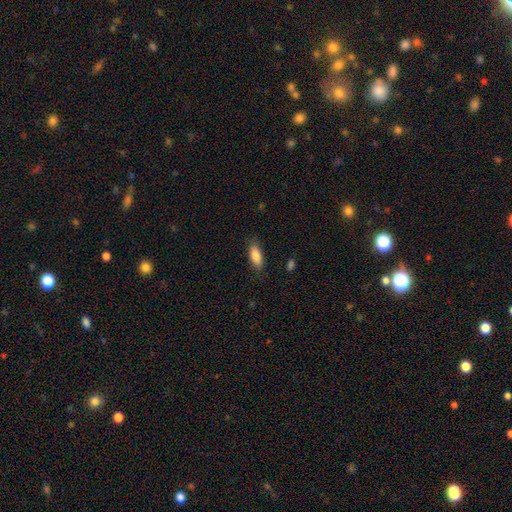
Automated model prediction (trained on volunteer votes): smooth-or-featured: smooth: 86% | featured or disk: 7% | star or artifact: 6%
  how-rounded: in between: 77% | cigar-shaped: 21% | round: 2%
  merging: none: 82% | minor disturbance: 14% | major disturbance: 3% | merger: 1%